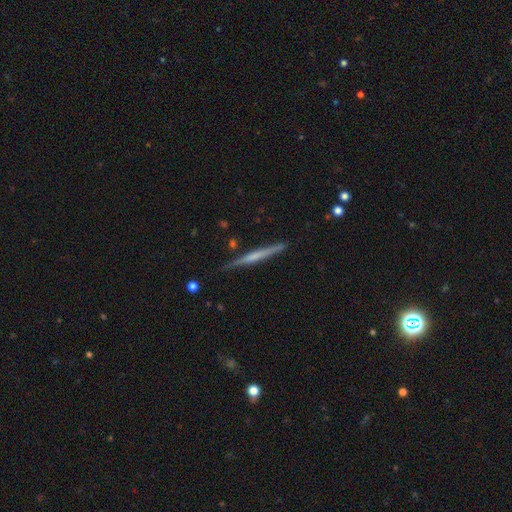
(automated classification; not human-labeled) Smooth or featured?
  - featured or disk: 60% *
  - smooth: 34%
  - star or artifact: 5%
Edge-on disk?
  - yes: 98% *
  - no: 2%
Edge-on bulge?
  - none: 56% *
  - rounded: 28%
  - boxy: 15%
Merging?
  - none: 86% *
  - minor disturbance: 10%
  - merger: 2%
  - major disturbance: 2%